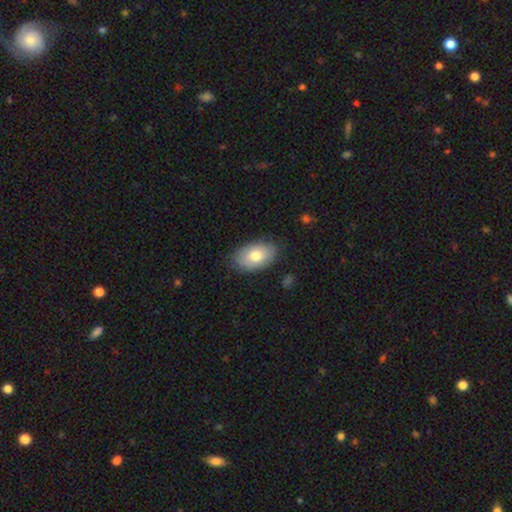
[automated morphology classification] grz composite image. It shows a smooth galaxy with no disk features (73%) that is in between round and cigar-shaped (92%). Merging: none (81%).